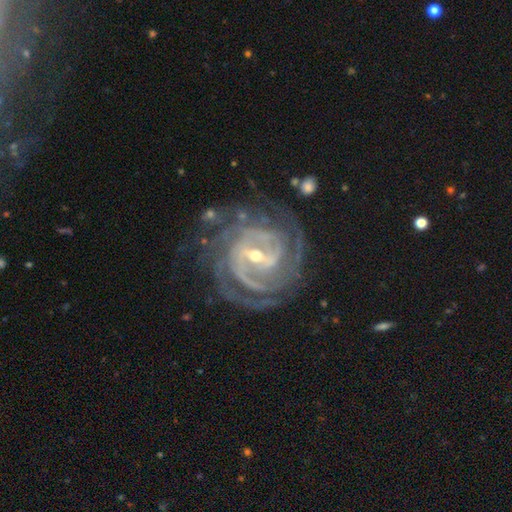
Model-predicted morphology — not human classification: This is clearly a featured or disk galaxy (92%). It is clearly not viewed edge-on (97%). Bar: possibly strong (50%). Spiral arm pattern: clearly yes (98%). Spiral arm count: marginally 3 (27%). Spiral winding: likely tight (72%). Central bulge: possibly small (56%). Merging: likely none (74%).